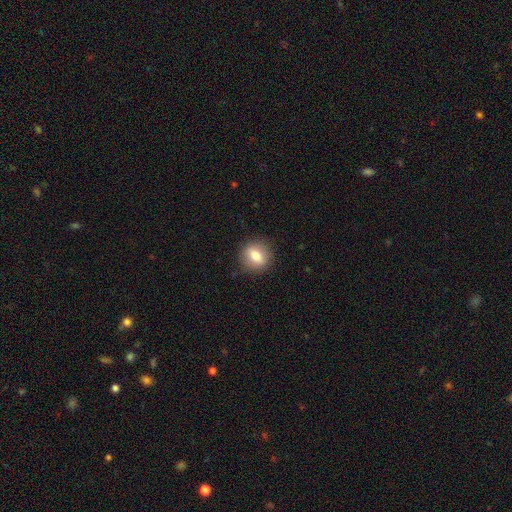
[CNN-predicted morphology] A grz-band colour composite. It shows a smooth galaxy with no disk features (74%) that is round (75%). Merging: none (88%).